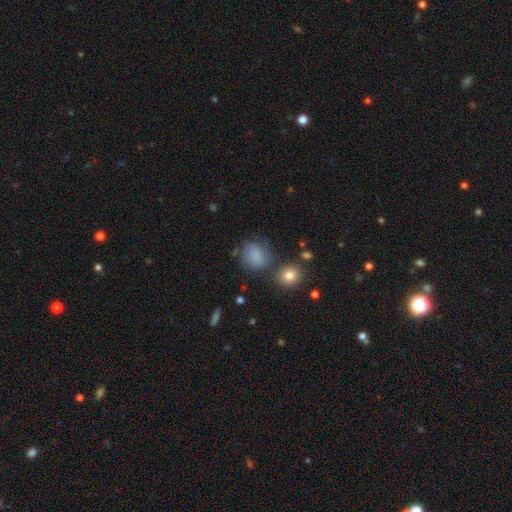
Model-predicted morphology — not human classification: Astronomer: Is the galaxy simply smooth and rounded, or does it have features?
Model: smooth — 79%.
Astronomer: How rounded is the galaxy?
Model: round — 67%.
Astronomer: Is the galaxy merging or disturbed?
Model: none — 60%.